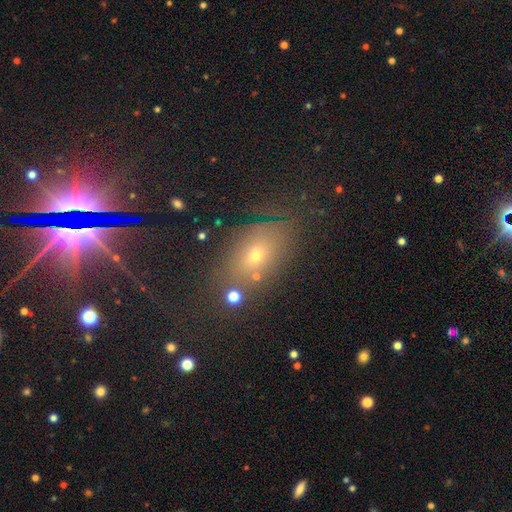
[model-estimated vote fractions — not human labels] Morphology: type=smooth (60%); roundness=in between (77%); merging=none (69%).